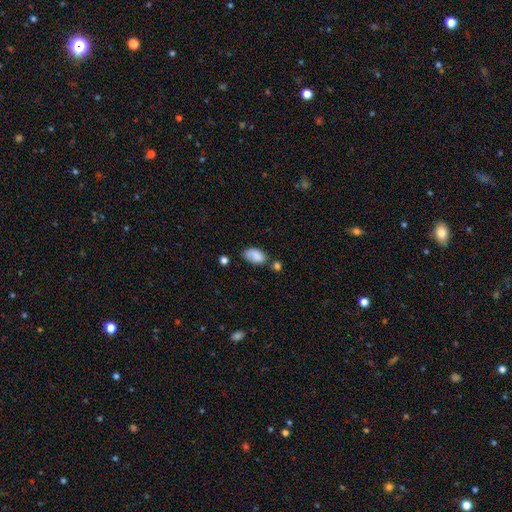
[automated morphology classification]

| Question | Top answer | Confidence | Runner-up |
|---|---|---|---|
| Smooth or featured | smooth | 85% | star or artifact (8%) |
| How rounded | in between | 93% | round (5%) |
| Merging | none | 54% | minor disturbance (27%) |